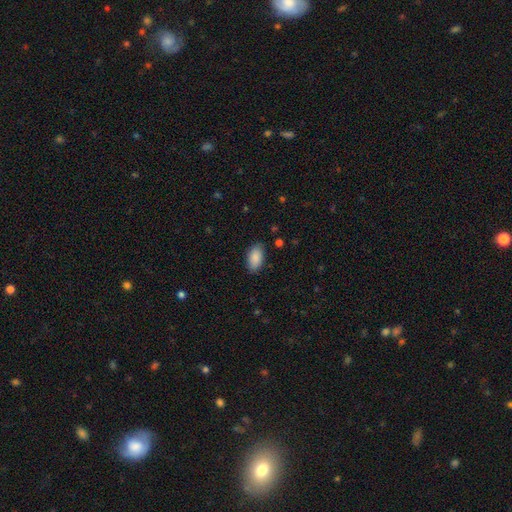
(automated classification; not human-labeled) This appears to be a smooth galaxy with no disk features (89%) that is in between round and cigar-shaped (94%). Merging: none (86%).